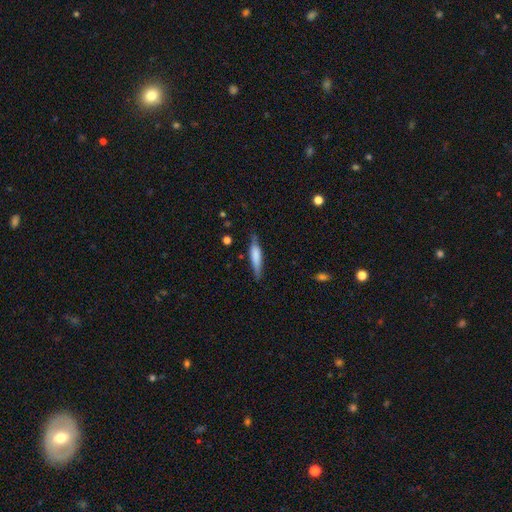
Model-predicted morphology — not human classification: Q: Smooth or featured?
A: smooth (65%); runner-up: featured or disk (28%)
Q: How rounded?
A: cigar-shaped (81%); runner-up: in between (18%)
Q: Merging?
A: none (73%); runner-up: minor disturbance (21%)